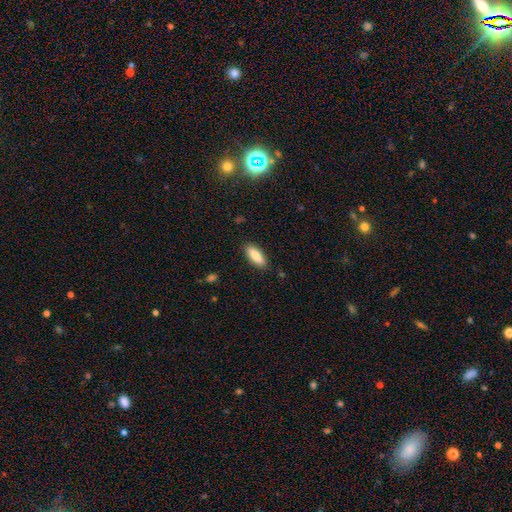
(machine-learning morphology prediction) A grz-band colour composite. It shows a smooth galaxy with no disk features (84%) that is in between round and cigar-shaped (71%). Merging: none (87%).